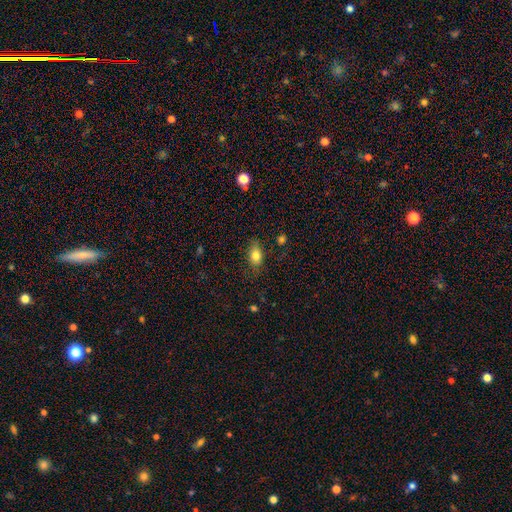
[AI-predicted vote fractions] Smooth or featured?
  - smooth: 80% *
  - featured or disk: 10%
  - star or artifact: 9%
How rounded?
  - in between: 78% *
  - round: 18%
  - cigar-shaped: 4%
Merging?
  - none: 74% *
  - minor disturbance: 20%
  - major disturbance: 5%
  - merger: 2%